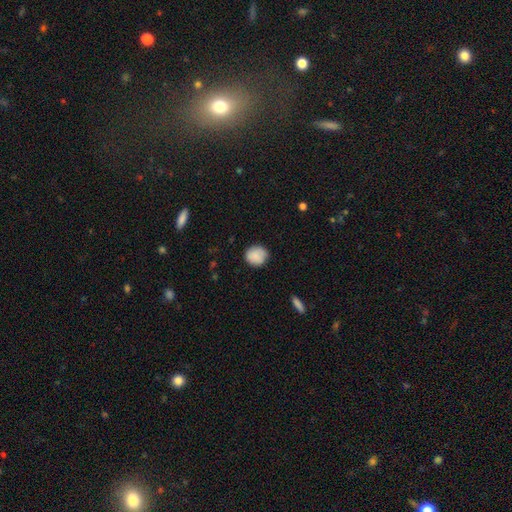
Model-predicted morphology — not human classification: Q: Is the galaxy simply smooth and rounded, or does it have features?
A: smooth — 87%.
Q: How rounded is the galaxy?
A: round — 84%.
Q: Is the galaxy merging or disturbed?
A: none — 84%.